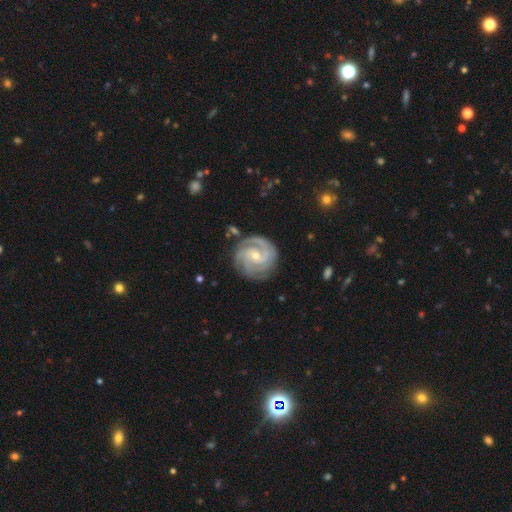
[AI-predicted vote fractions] featured or disk 91%, star or artifact 5%, smooth 5%. Down the decision tree: edge-on disk — no (98%); bar — no (52%); spiral arms — yes (98%); spiral arm count — 3 (40%); spiral winding — tight (67%); bulge size — small (62%); merging — none (80%).